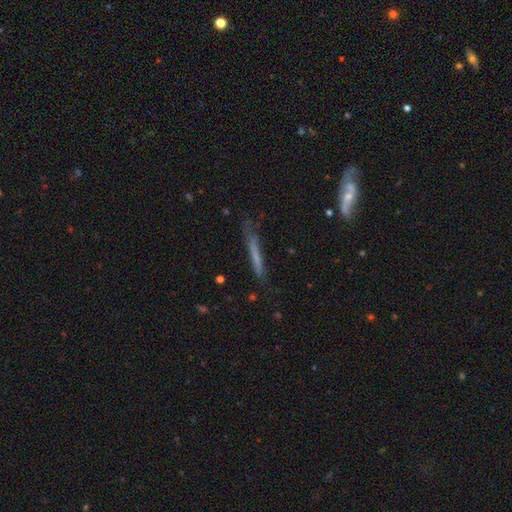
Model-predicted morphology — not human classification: Smooth or featured?
  - smooth: 53% *
  - featured or disk: 39%
  - star or artifact: 8%
How rounded?
  - cigar-shaped: 95% *
  - in between: 3%
  - round: 2%
Merging?
  - none: 67% *
  - minor disturbance: 22%
  - major disturbance: 8%
  - merger: 3%